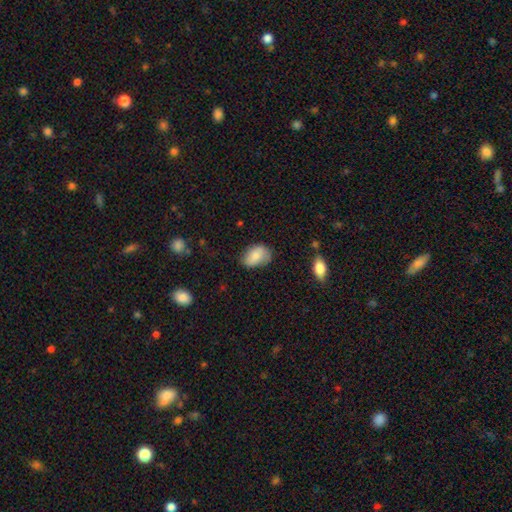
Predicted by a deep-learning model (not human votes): Morphology: type=smooth (80%); roundness=in between (86%); merging=none (63%).